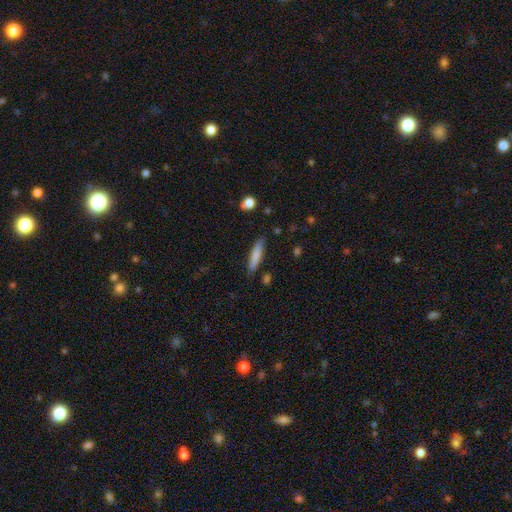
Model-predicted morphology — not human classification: smooth_or_featured: smooth (p=0.79) [alt: featured or disk p=0.14]
how_rounded: cigar-shaped (p=0.82) [alt: in between p=0.17]
merging: none (p=0.84) [alt: minor disturbance p=0.12]